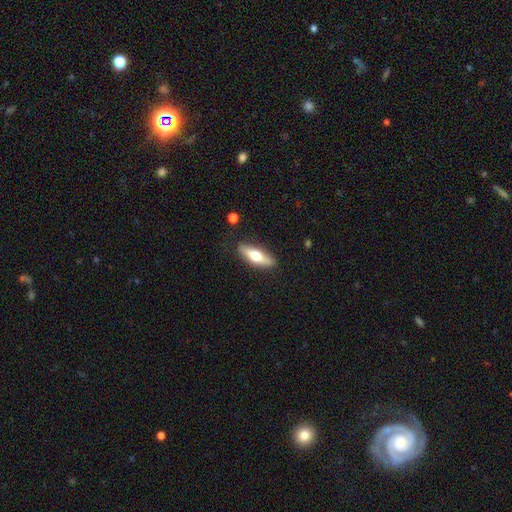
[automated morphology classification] Overall: smooth (52%; featured or disk 42%). How rounded: cigar-shaped (53%; in between 45%). Merging: none (86%).